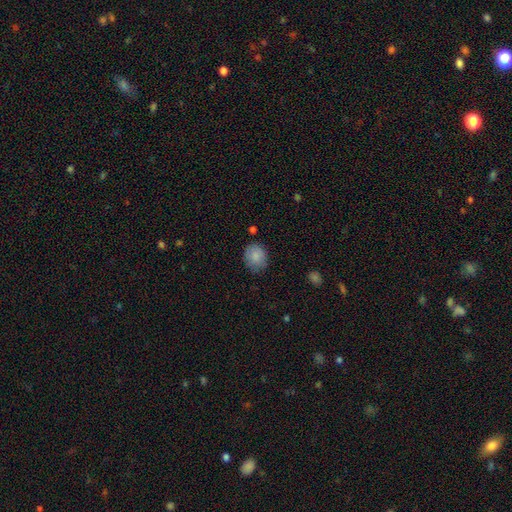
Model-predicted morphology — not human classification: type=smooth (85%); roundness=round (61%); merging=none (76%).